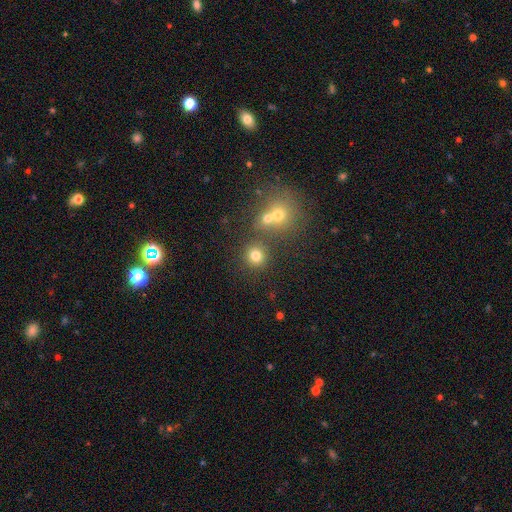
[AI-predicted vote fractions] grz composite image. It shows a smooth galaxy with no disk features (76%) that is round (90%). Merging: none (76%).